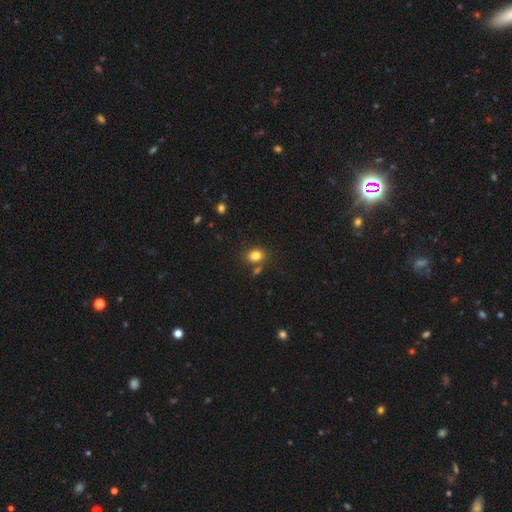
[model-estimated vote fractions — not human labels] Q: Smooth or featured?
A: smooth (82%); runner-up: star or artifact (11%)
Q: How rounded?
A: in between (52%); runner-up: round (47%)
Q: Merging?
A: none (74%); runner-up: merger (12%)